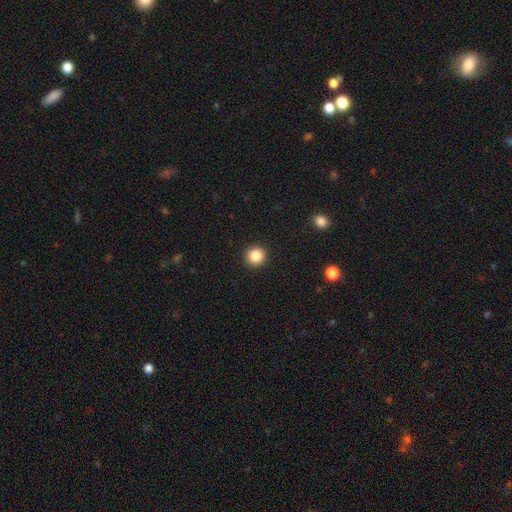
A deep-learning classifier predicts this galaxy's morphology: The model was most divided on "smooth or featured": smooth: 86%, star or artifact: 10%, featured or disk: 4%. More confident: how rounded — round (95%); merging — none (93%).